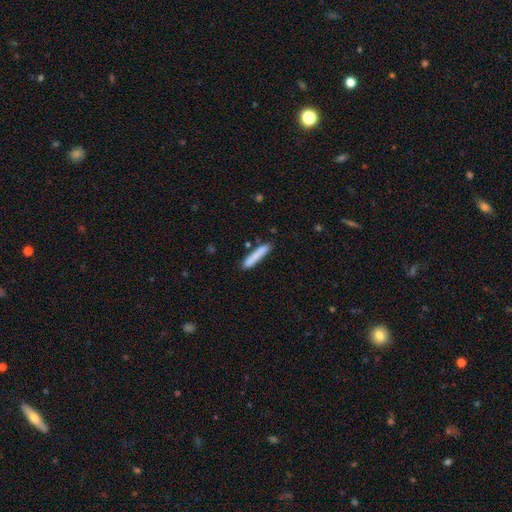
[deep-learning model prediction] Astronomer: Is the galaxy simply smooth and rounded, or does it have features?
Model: smooth — 82%.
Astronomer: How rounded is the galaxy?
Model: cigar-shaped — 92%.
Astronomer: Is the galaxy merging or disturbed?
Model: none — 82%.